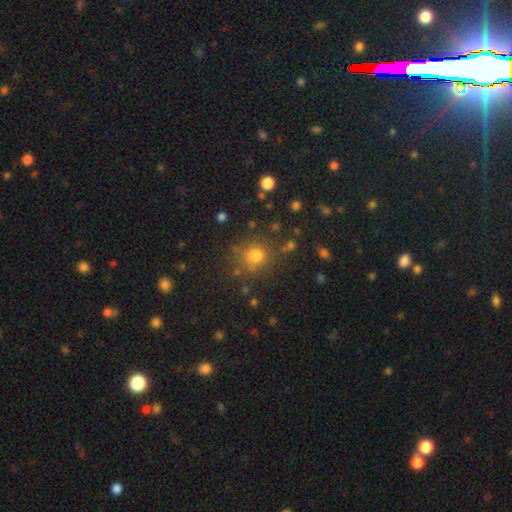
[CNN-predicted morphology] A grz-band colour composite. It shows a smooth galaxy with no disk features (76%) that is round (85%). Merging: none (78%).